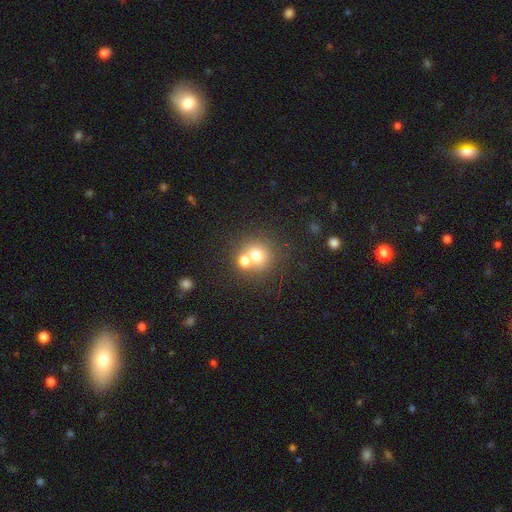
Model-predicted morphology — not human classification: The model was most divided on "merging": none: 47%, merger: 43%, minor disturbance: 7%, major disturbance: 3%. More confident: how rounded — round (87%); smooth or featured — smooth (70%).